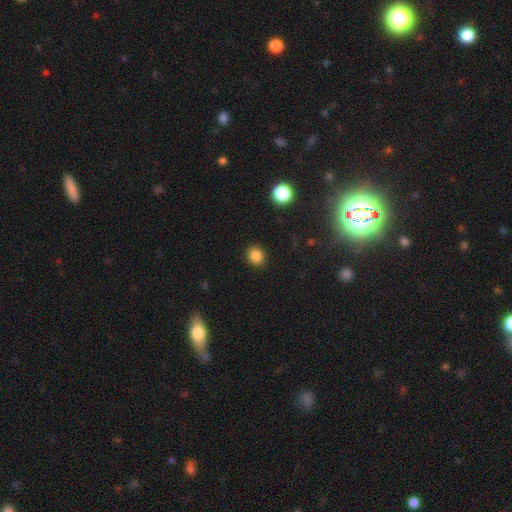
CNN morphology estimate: This is clearly a smooth galaxy (85%). How rounded: likely round (77%). Merging: clearly none (91%).